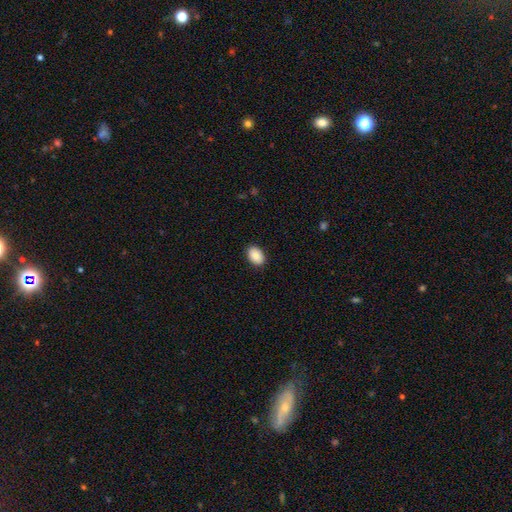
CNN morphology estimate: A smooth galaxy with no disk features (88%) that is in between round and cigar-shaped (84%).

Vote fractions:
- Smooth or featured? smooth: 88% / star or artifact: 7% / featured or disk: 5%
- How rounded? in between: 84% / round: 15% / cigar-shaped: 1%
- Merging? none: 90% / minor disturbance: 8% / major disturbance: 2% / merger: 1%